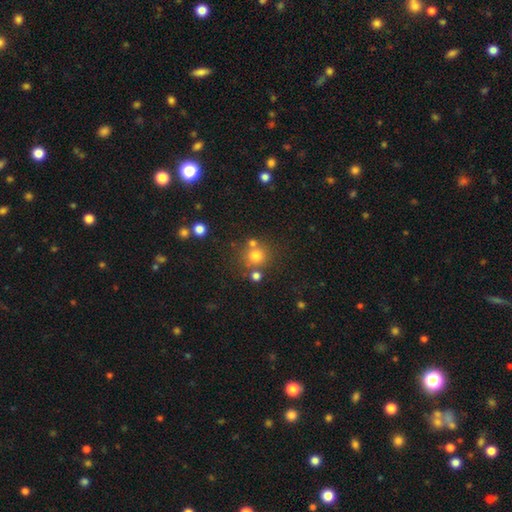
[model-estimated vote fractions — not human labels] A smooth galaxy with no disk features (75%) that is round (90%). Merging: none (69%).